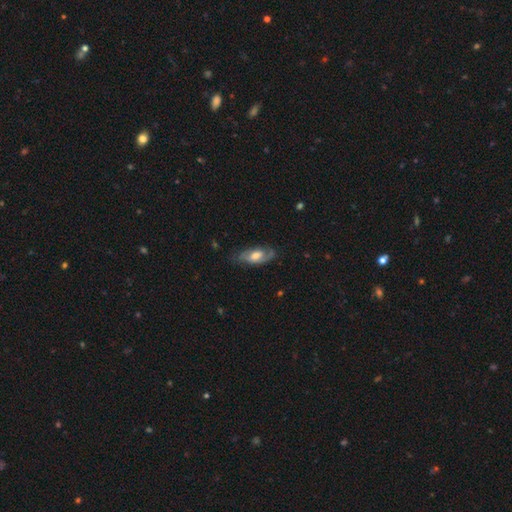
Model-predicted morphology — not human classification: smooth_or_featured: featured or disk (p=0.67) [alt: smooth p=0.27]
disk_edge_on: no (p=0.89) [alt: yes p=0.11]
bar: no (p=0.50) [alt: weak p=0.40]
has_spiral_arms: yes (p=0.86) [alt: no p=0.14]
spiral_winding: medium (p=0.44) [alt: tight p=0.35]
spiral_arm_count: 2 (p=0.67) [alt: can't tell p=0.15]
bulge_size: moderate (p=0.61) [alt: large p=0.21]
merging: none (p=0.68) [alt: minor disturbance p=0.22]